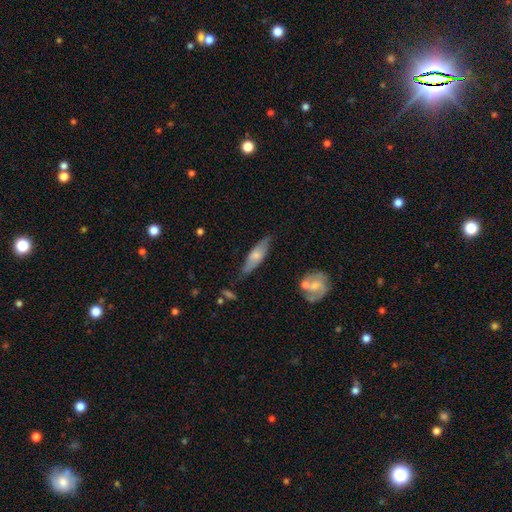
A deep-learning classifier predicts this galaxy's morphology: Overall: smooth (57%; featured or disk 37%). How rounded: cigar-shaped (54%; in between 44%). Merging: none (74%).